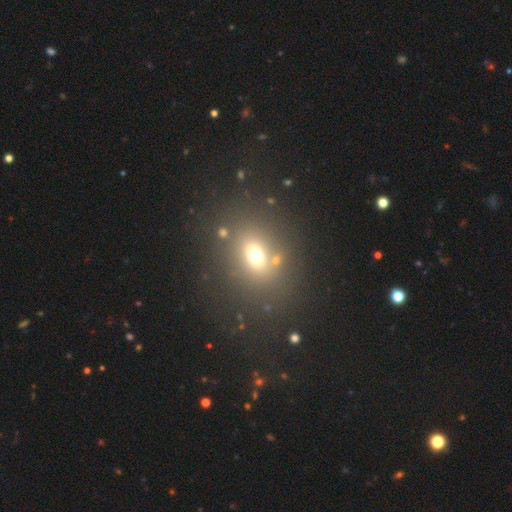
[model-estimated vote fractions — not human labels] A smooth galaxy with no disk features (66%) that is in between round and cigar-shaped (52%).

Vote fractions:
- Smooth or featured? smooth: 66% / star or artifact: 20% / featured or disk: 14%
- How rounded? in between: 52% / round: 46% / cigar-shaped: 2%
- Merging? none: 75% / minor disturbance: 10% / merger: 8% / major disturbance: 6%